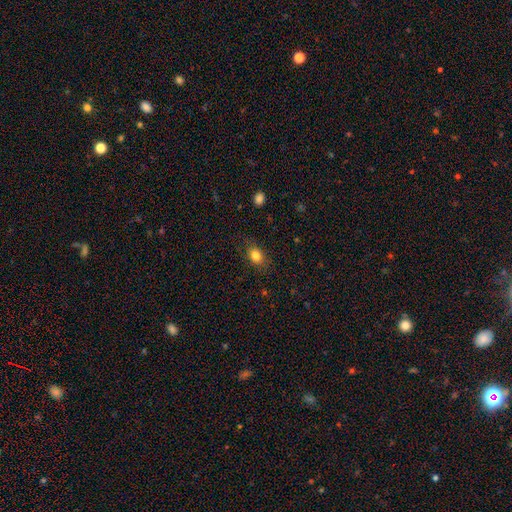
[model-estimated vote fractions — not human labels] Smooth or featured: smooth — 82% (star or artifact — 10%)
How rounded: in between — 69% (round — 29%)
Merging: none — 81% (minor disturbance — 14%)